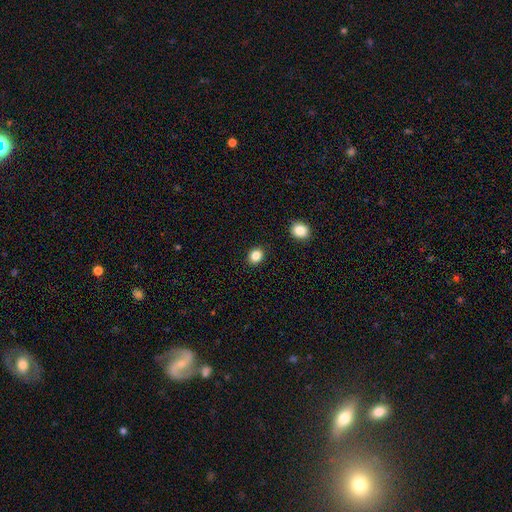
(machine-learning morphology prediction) A smooth galaxy with no disk features (84%) that is round (57%). Merging: none (90%).